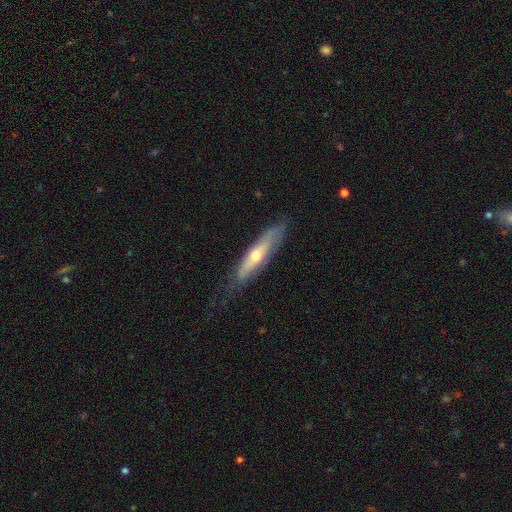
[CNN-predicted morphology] This appears to be a featured or disk galaxy (52%) viewed edge-on (70%). Merging: none (66%).